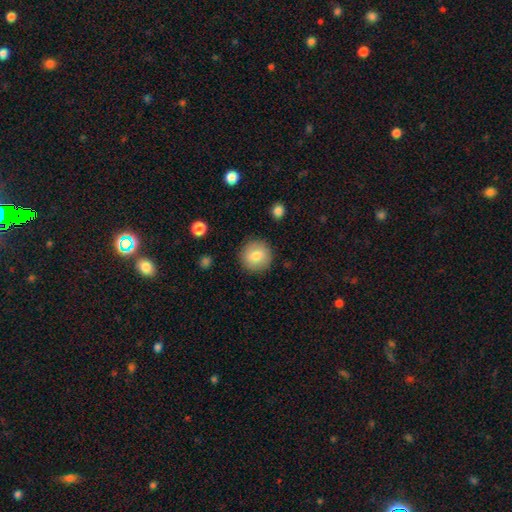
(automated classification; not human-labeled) Overall: smooth (81%). How rounded: round (94%). Merging: none (89%).